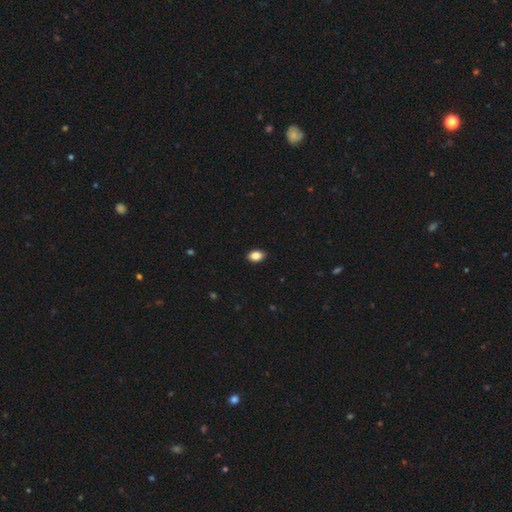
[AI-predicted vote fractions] smooth_or_featured: smooth (p=0.87) [alt: star or artifact p=0.09]
how_rounded: in between (p=0.84) [alt: round p=0.15]
merging: none (p=0.88) [alt: minor disturbance p=0.09]